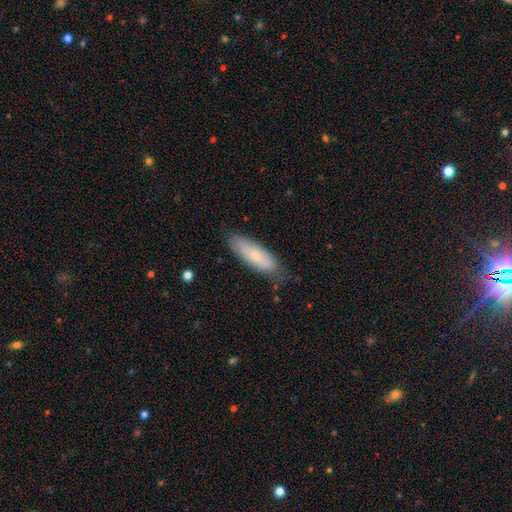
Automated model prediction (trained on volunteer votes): A smooth galaxy with no disk features (68%) that is in between round and cigar-shaped (58%). Merging: none (73%).